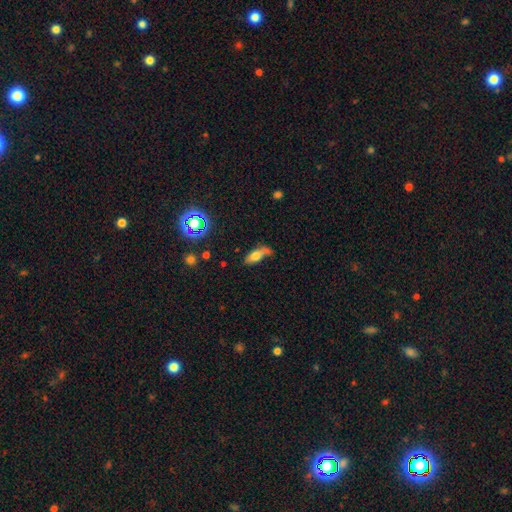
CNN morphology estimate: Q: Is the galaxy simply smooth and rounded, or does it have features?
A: smooth — 66%.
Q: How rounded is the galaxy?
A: in between — 73%.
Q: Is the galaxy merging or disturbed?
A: none — 41%.